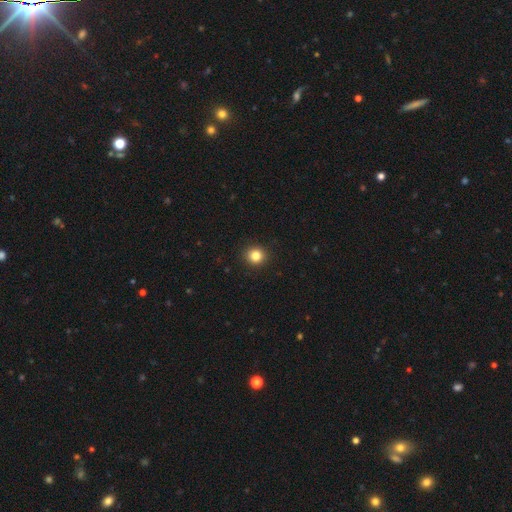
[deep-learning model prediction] Smooth or featured? smooth (83%)
How rounded? round (91%)
Merging? none (93%)